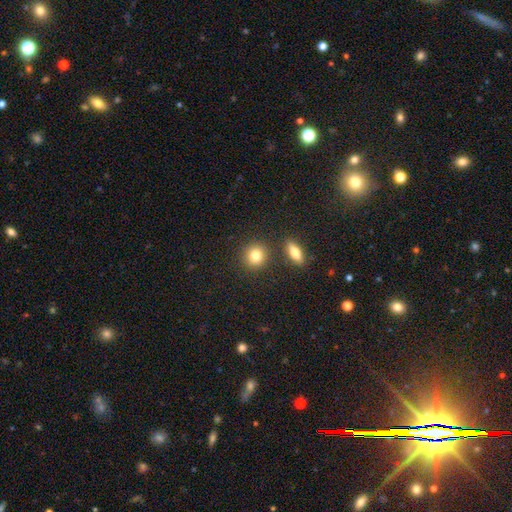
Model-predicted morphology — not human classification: The model was most divided on "how rounded": round: 84%, in between: 14%, cigar-shaped: 1%. More confident: merging — none (83%); smooth or featured — smooth (82%).